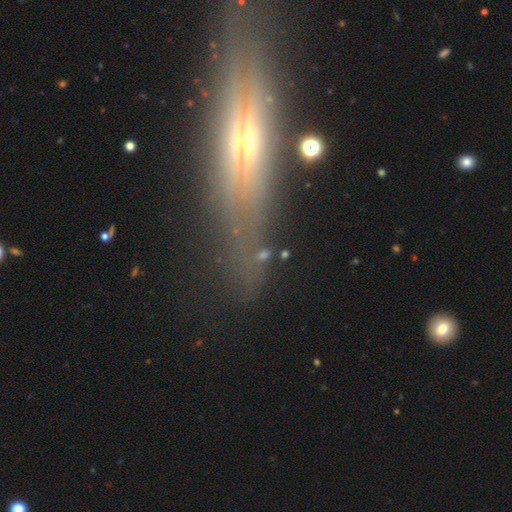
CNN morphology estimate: featured or disk 45%, star or artifact 32%, smooth 23%. Down the decision tree: merging — none (63%).